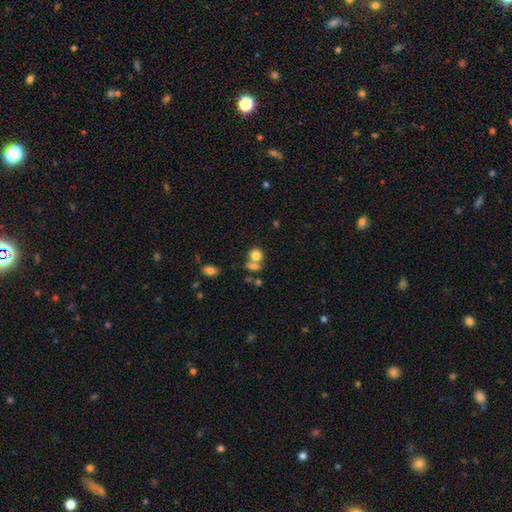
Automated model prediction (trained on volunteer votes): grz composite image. It shows a smooth galaxy with no disk features (79%) that is round (75%). Merging: none (44%).